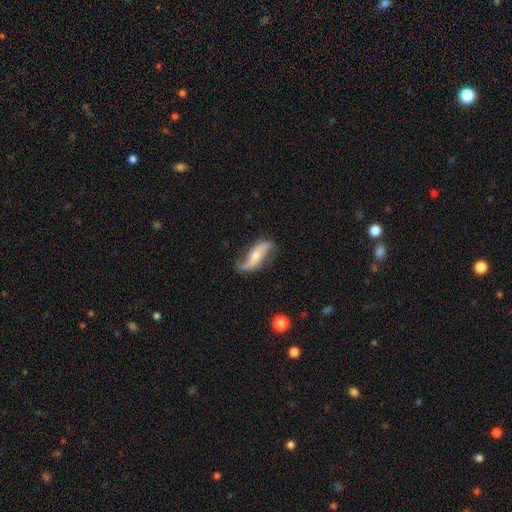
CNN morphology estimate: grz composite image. It shows a featured or disk galaxy (74%) with no bar (54%), 2 (89%) loose (81%) spiral arms (92%) and a moderate central bulge (50%). Merging: none (68%).